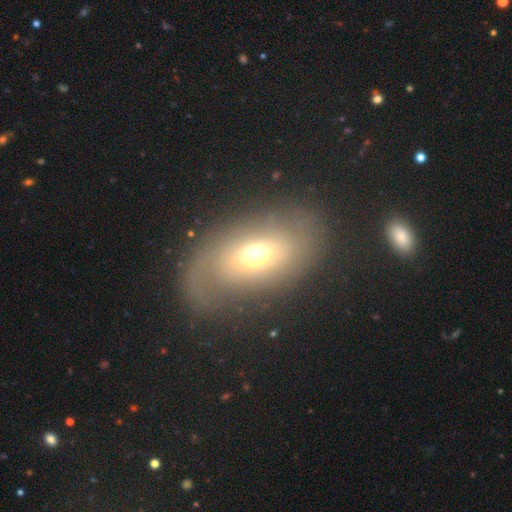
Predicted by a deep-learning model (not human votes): Smooth or featured: featured or disk — 44% (tied with smooth — 44%)
Merging: none — 68% (minor disturbance — 15%)